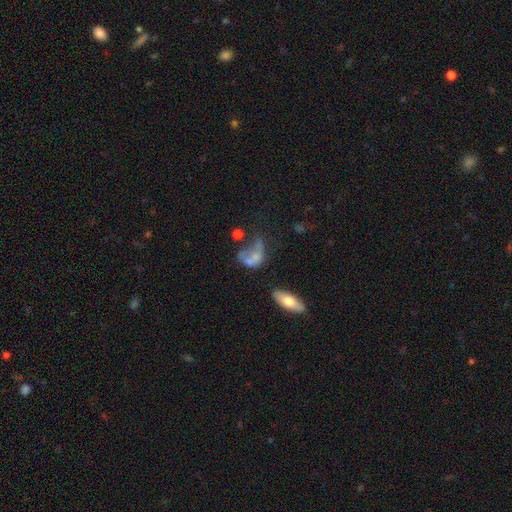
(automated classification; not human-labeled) Smooth or featured: smooth — 43% (featured or disk — 42%)
Merging: major disturbance — 32% (merger — 27%)